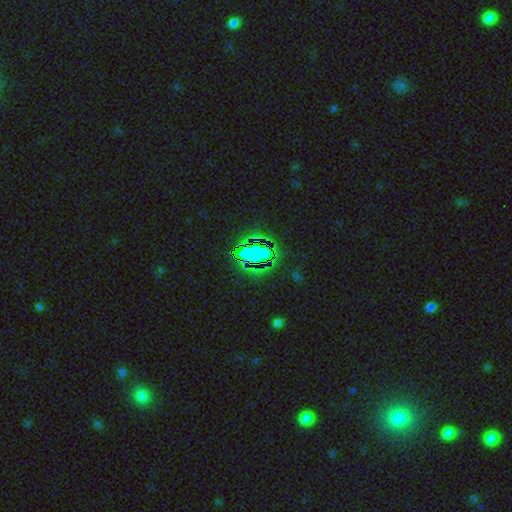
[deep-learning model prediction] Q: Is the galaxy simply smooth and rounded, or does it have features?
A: star or artifact — 70%.